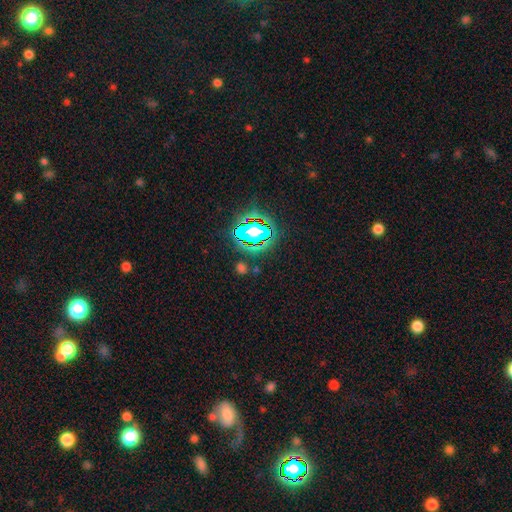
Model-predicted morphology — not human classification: Smooth or featured?
  - star or artifact: 76% *
  - smooth: 15%
  - featured or disk: 9%